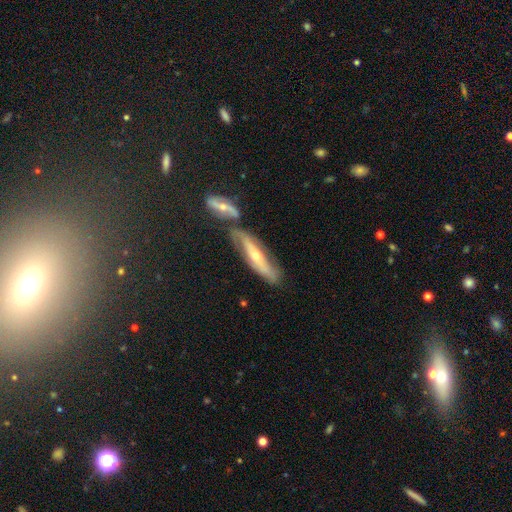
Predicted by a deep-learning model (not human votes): Smooth or featured? featured or disk (67%)
Edge-on disk? yes (51%)
Merging? none (48%)